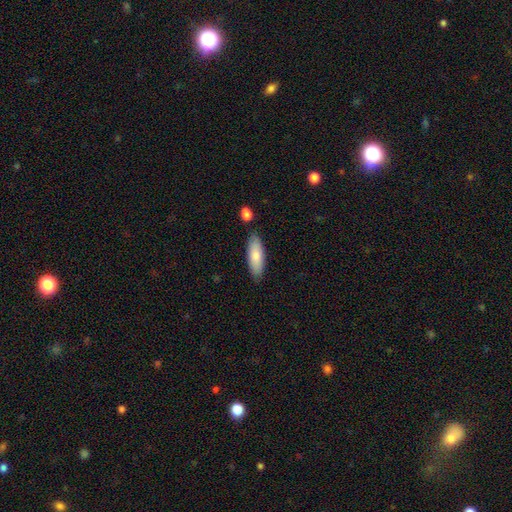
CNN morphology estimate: Smooth or featured? smooth (80%)
How rounded? in between (65%)
Merging? none (82%)